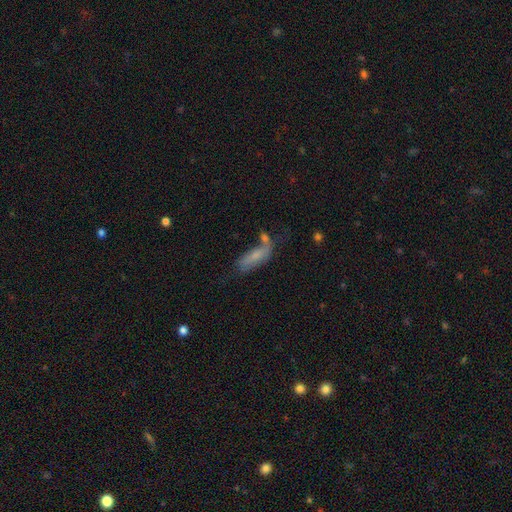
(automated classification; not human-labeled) Smooth or featured? Predicted: smooth (p=0.63). How rounded? Predicted: in between (p=0.52). Merging? Predicted: none (p=0.41).